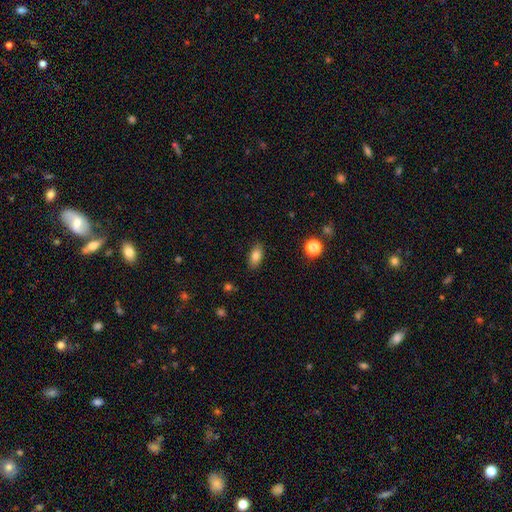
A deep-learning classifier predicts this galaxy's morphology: The model was most divided on "smooth or featured": smooth: 82%, featured or disk: 9%, star or artifact: 9%. More confident: how rounded — in between (89%); merging — none (87%).